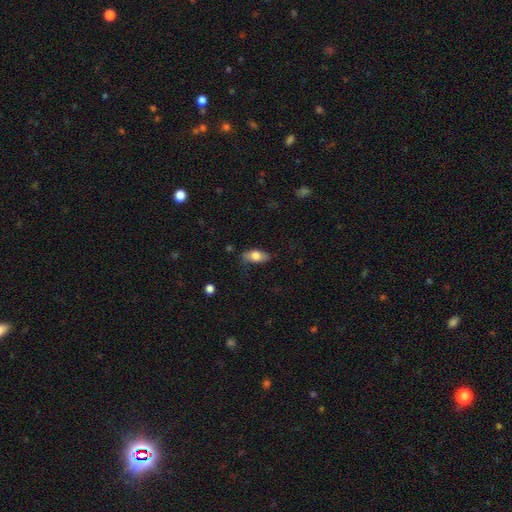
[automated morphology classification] smooth_or_featured: smooth (p=0.74) [alt: featured or disk p=0.19]
how_rounded: in between (p=0.86) [alt: cigar-shaped p=0.09]
merging: none (p=0.70) [alt: minor disturbance p=0.23]